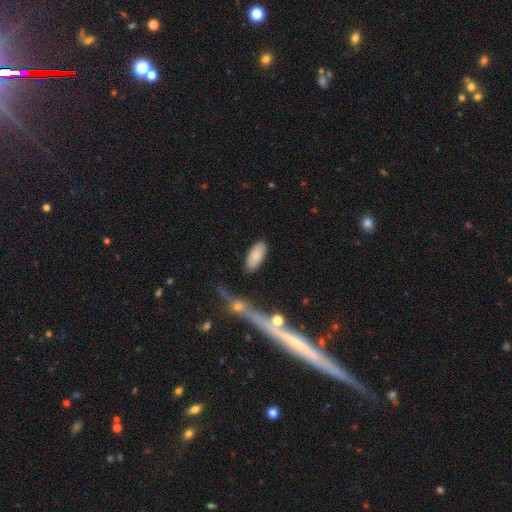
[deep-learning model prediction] Smooth or featured? smooth (82%)
How rounded? in between (89%)
Merging? none (83%)